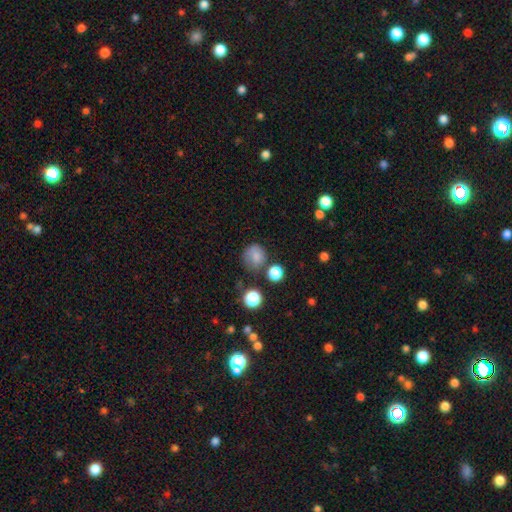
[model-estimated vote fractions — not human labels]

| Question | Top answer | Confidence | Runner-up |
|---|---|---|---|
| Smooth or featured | smooth | 80% | star or artifact (13%) |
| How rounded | round | 81% | in between (18%) |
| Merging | none | 65% | minor disturbance (20%) |